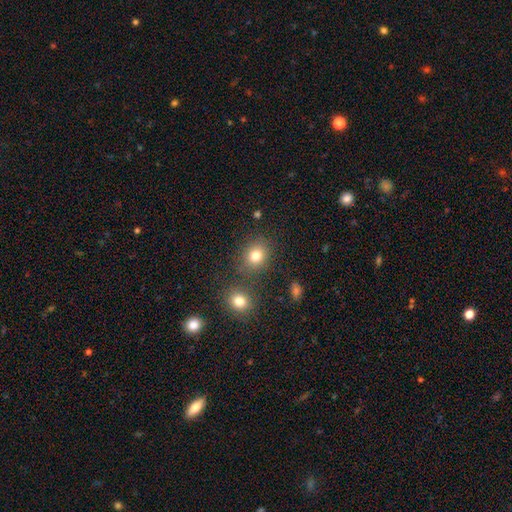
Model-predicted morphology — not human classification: smooth 79%, star or artifact 13%, featured or disk 7%. Down the decision tree: how rounded — round (64%); merging — none (77%).